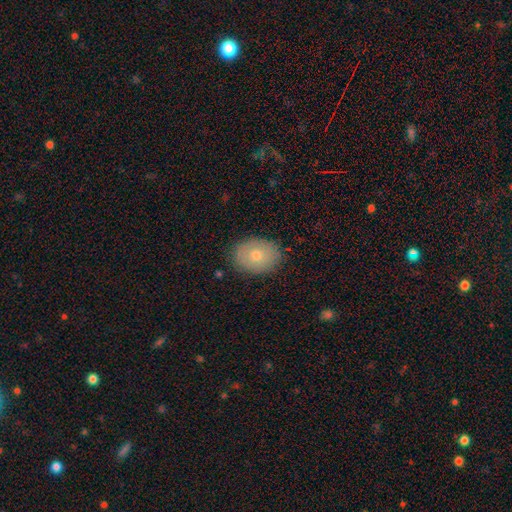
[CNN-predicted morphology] Smooth or featured?
  - smooth: 72% *
  - featured or disk: 19%
  - star or artifact: 8%
How rounded?
  - in between: 67% *
  - round: 32%
  - cigar-shaped: 1%
Merging?
  - none: 86% *
  - minor disturbance: 10%
  - major disturbance: 2%
  - merger: 1%